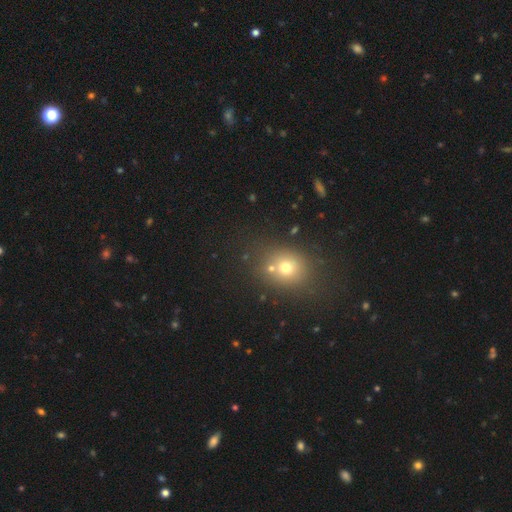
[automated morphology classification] Smooth or featured? smooth (59%)
How rounded? round (62%)
Merging? none (76%)